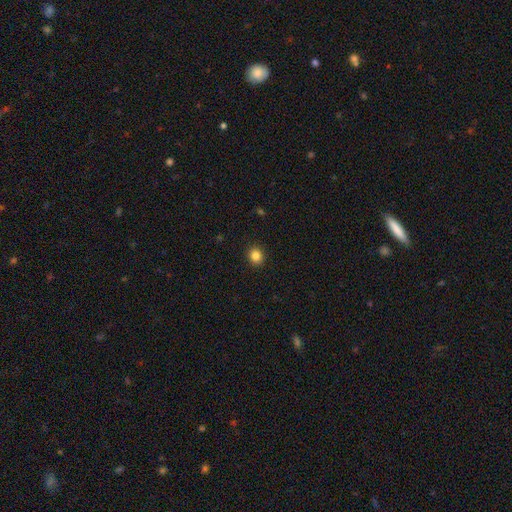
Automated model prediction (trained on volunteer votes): Smooth or featured: smooth — 84% (star or artifact — 11%)
How rounded: round — 79% (in between — 20%)
Merging: none — 92% (minor disturbance — 5%)